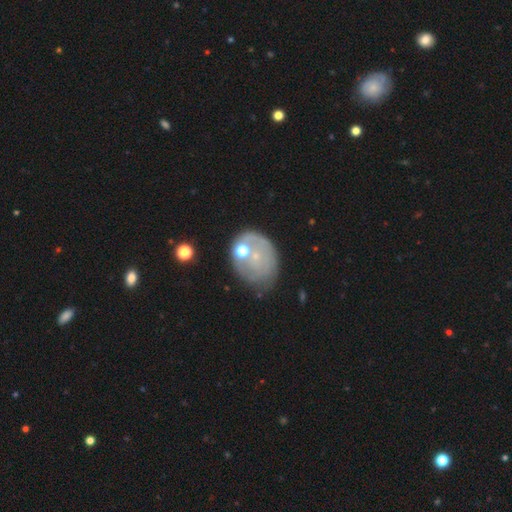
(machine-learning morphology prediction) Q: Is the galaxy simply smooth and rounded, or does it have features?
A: featured or disk — 48%.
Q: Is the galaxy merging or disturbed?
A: none — 46%.